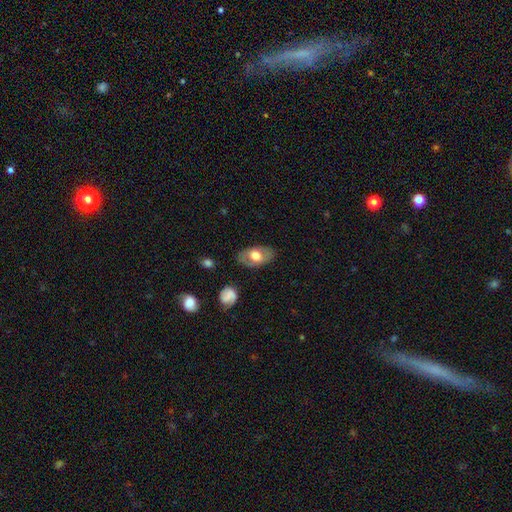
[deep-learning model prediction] smooth-or-featured: smooth: 58% | featured or disk: 36% | star or artifact: 6%
  how-rounded: in between: 89% | round: 9% | cigar-shaped: 2%
  merging: none: 81% | minor disturbance: 14% | major disturbance: 4% | merger: 1%